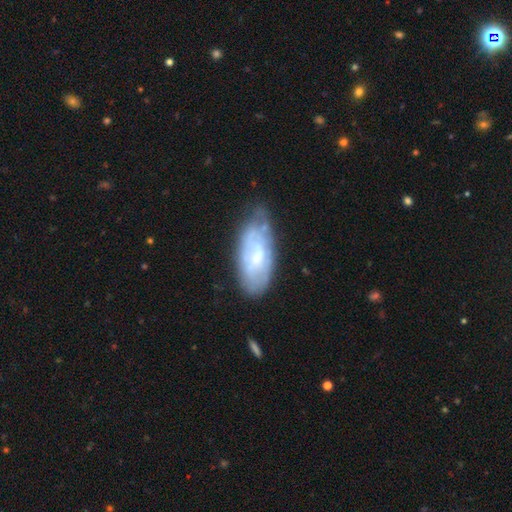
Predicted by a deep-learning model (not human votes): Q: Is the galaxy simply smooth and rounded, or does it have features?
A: featured or disk — 57%.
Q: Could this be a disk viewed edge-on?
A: no — 90%.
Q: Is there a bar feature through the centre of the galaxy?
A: weak — 45%.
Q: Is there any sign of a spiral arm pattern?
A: yes — 58%.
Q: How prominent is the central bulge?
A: small — 57%.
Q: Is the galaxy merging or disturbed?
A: none — 57%.